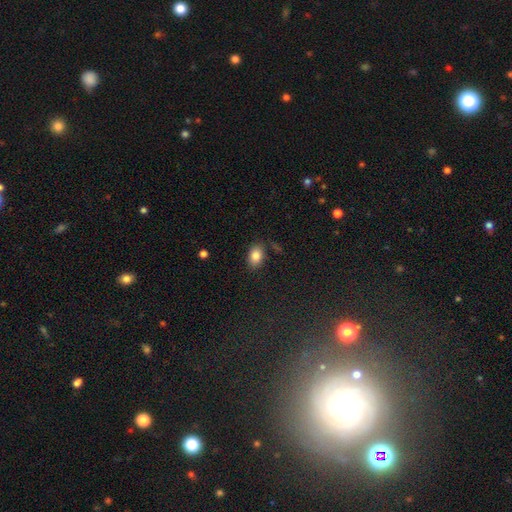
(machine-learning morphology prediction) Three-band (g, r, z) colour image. It shows a smooth galaxy with no disk features (84%) that is in between round and cigar-shaped (83%). Merging: none (81%).